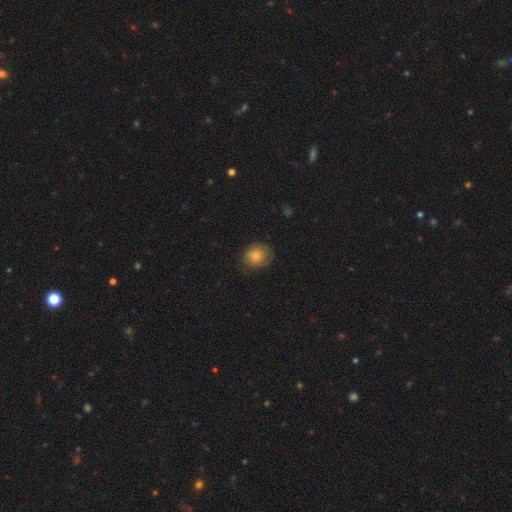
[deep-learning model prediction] Smooth or featured? smooth (74%)
How rounded? round (69%)
Merging? none (78%)